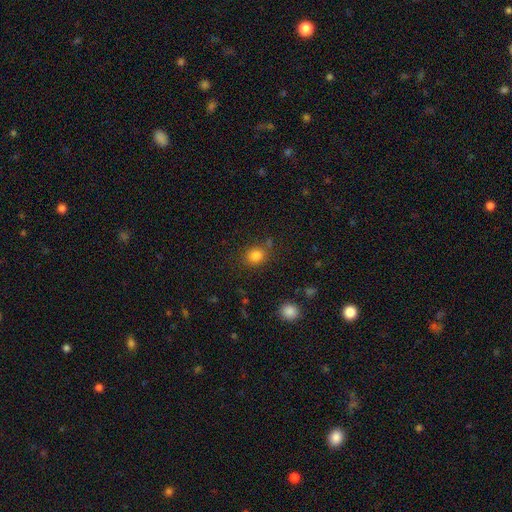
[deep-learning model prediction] A smooth galaxy with no disk features (83%) that is round (63%). Merging: none (76%).